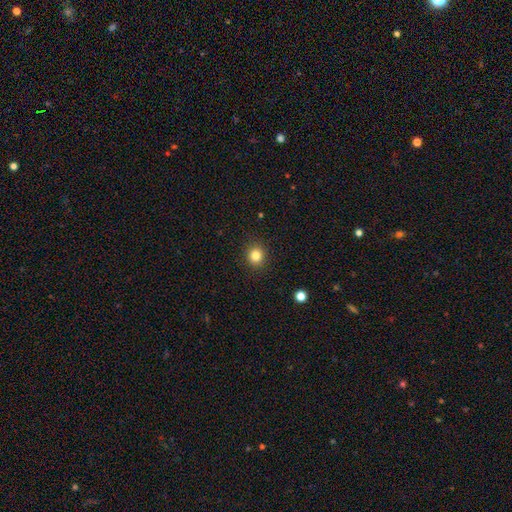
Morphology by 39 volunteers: Volunteers were most divided on "smooth or featured": smooth: 87%, featured or disk: 13%, star or artifact: 0%. More confident: how rounded — round (94%); merging — none (90%).